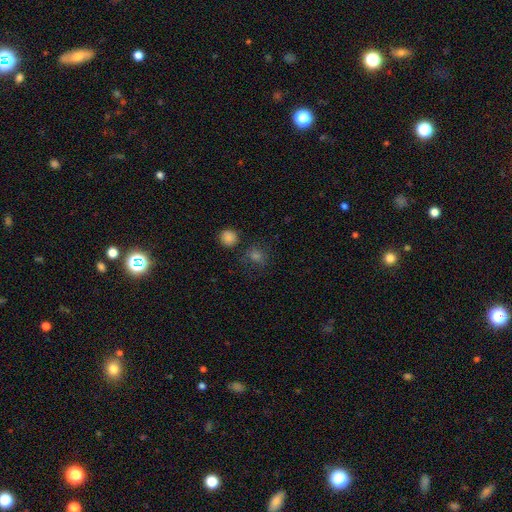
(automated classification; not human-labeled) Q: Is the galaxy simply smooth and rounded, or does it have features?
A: smooth — 58%.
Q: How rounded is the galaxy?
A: round — 80%.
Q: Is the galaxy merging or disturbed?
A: none — 72%.